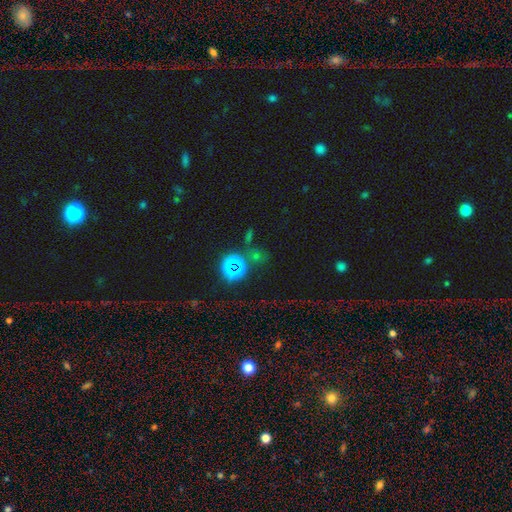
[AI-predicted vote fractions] The model was most divided on "smooth or featured": star or artifact: 56%, smooth: 35%, featured or disk: 9%.